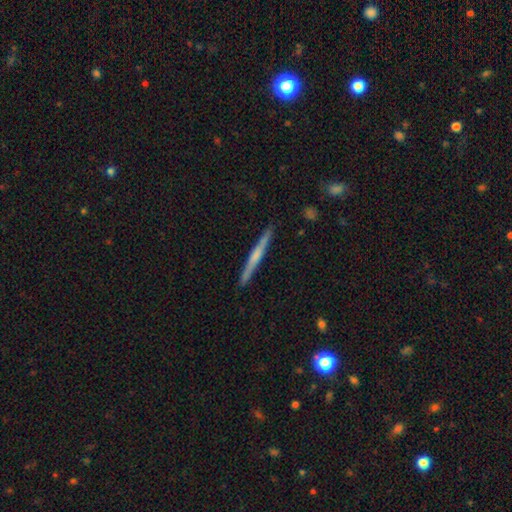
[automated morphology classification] A featured or disk galaxy (59%) viewed edge-on (98%) with no central bulge (44%).

Vote fractions:
- Smooth or featured? featured or disk: 59% / smooth: 36% / star or artifact: 6%
- Edge-on disk? yes: 98% / no: 2%
- Edge-on bulge? none: 44% / rounded: 42% / boxy: 13%
- Merging? none: 91% / minor disturbance: 7% / major disturbance: 1% / merger: 1%